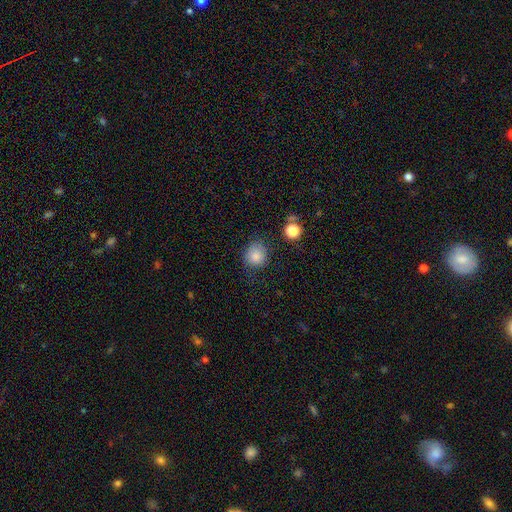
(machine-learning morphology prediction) Smooth or featured? smooth (84%)
How rounded? round (83%)
Merging? none (73%)